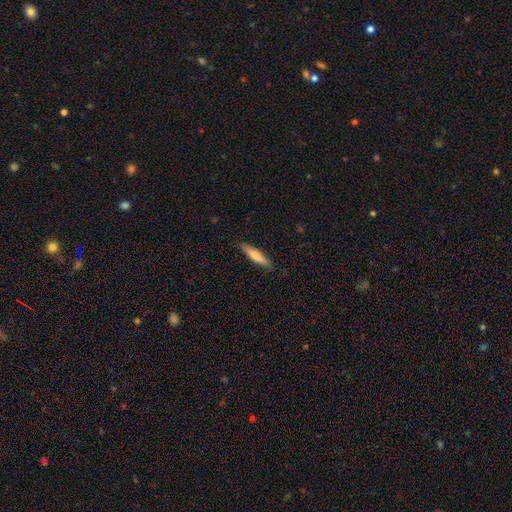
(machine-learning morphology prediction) smooth-or-featured: smooth: 62% | featured or disk: 32% | star or artifact: 5%
  how-rounded: cigar-shaped: 88% | in between: 11% | round: 1%
  merging: none: 89% | minor disturbance: 8% | major disturbance: 2% | merger: 1%